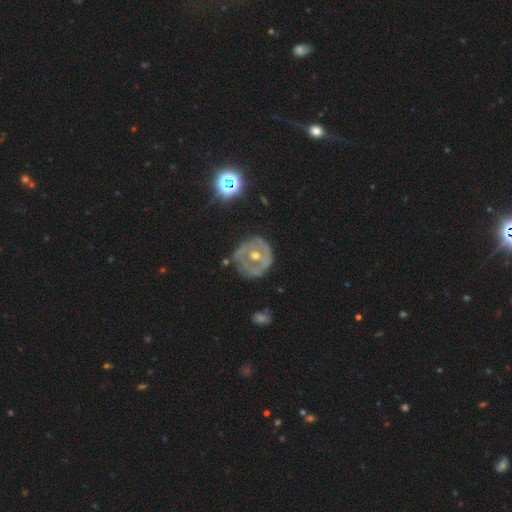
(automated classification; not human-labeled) This appears to be a featured or disk galaxy (69%) with no bar (69%), no spiral arms (56%) and a moderate central bulge (59%). Merging: none (63%).